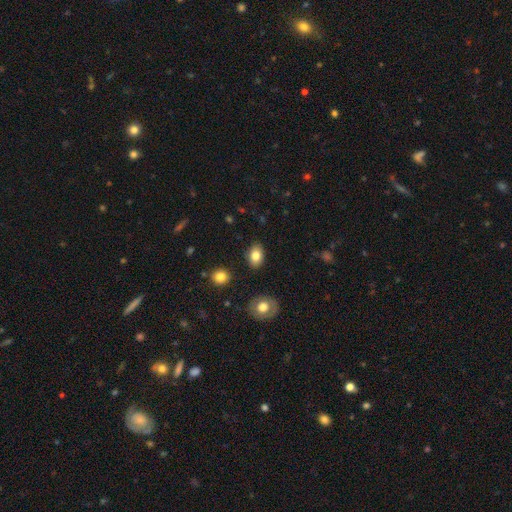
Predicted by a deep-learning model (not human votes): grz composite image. It shows a smooth galaxy with no disk features (80%) that is in between round and cigar-shaped (80%). Merging: none (86%).